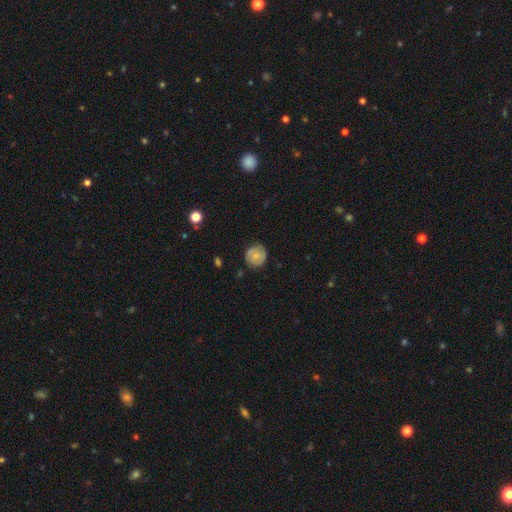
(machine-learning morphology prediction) smooth_or_featured: smooth (p=0.54) [alt: featured or disk p=0.38]
how_rounded: round (p=0.90) [alt: in between p=0.09]
merging: none (p=0.79) [alt: minor disturbance p=0.16]